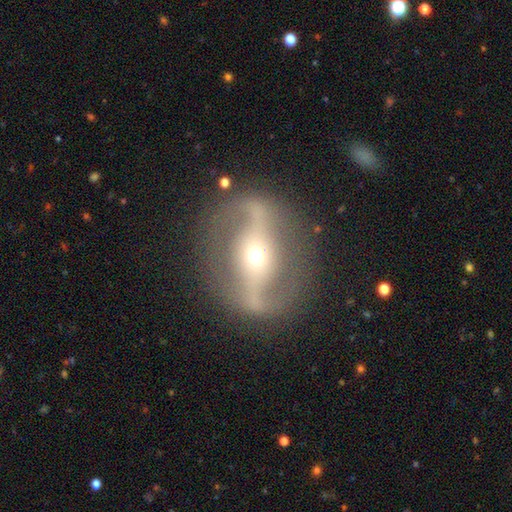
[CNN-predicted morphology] Smooth or featured?
  - featured or disk: 83% *
  - smooth: 11%
  - star or artifact: 7%
Edge-on disk?
  - no: 88% *
  - yes: 12%
Bar?
  - strong: 67% *
  - no: 17%
  - weak: 15%
Spiral arms?
  - yes: 64% *
  - no: 36%
Bulge size?
  - small: 60% *
  - moderate: 34%
  - large: 3%
  - dominant: 2%
  - none: 1%
Merging?
  - none: 82% *
  - minor disturbance: 10%
  - major disturbance: 6%
  - merger: 2%